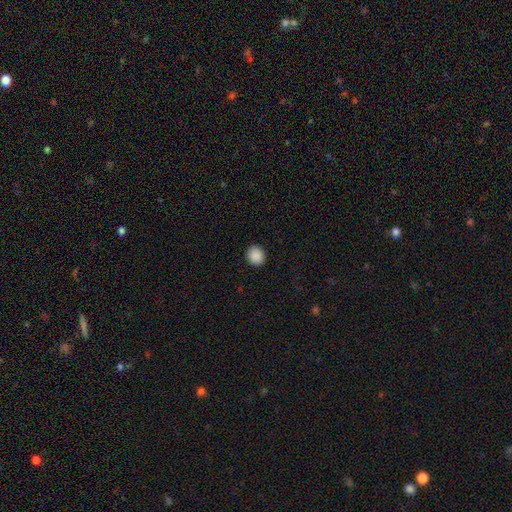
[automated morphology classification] Overall: smooth (89%). How rounded: round (77%). Merging: none (91%).